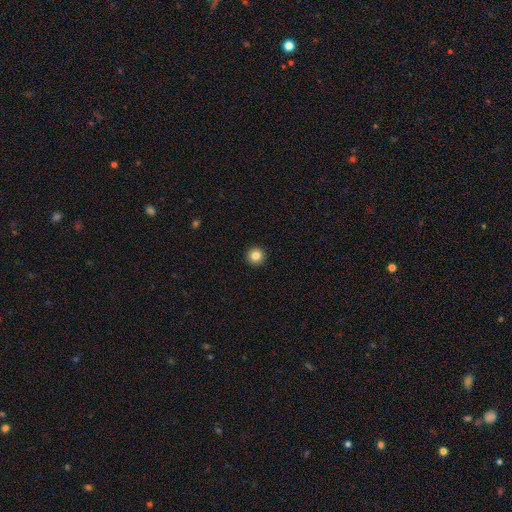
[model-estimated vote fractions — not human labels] smooth 84%, star or artifact 10%, featured or disk 6%. Down the decision tree: how rounded — round (96%); merging — none (94%).